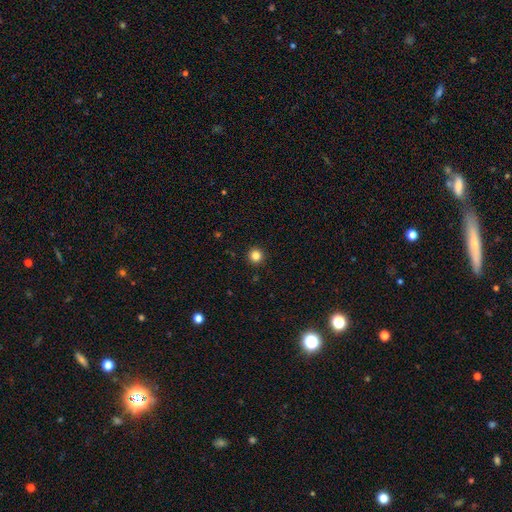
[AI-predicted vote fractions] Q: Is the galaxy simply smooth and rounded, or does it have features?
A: smooth — 84%.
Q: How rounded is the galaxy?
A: round — 96%.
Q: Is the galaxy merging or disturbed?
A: none — 93%.